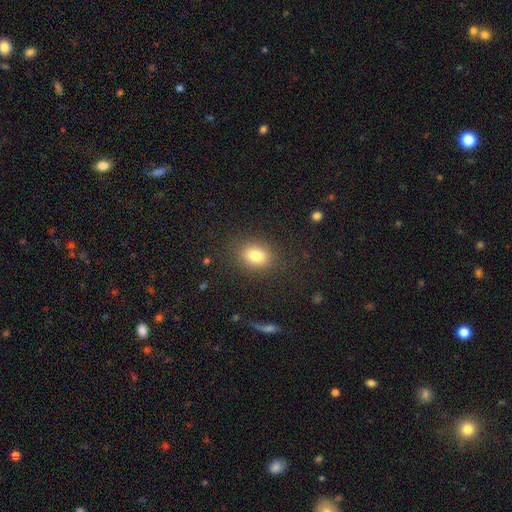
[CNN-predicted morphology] The model was most divided on "how rounded": in between: 64%, round: 35%, cigar-shaped: 1%. More confident: merging — none (86%); smooth or featured — smooth (81%).